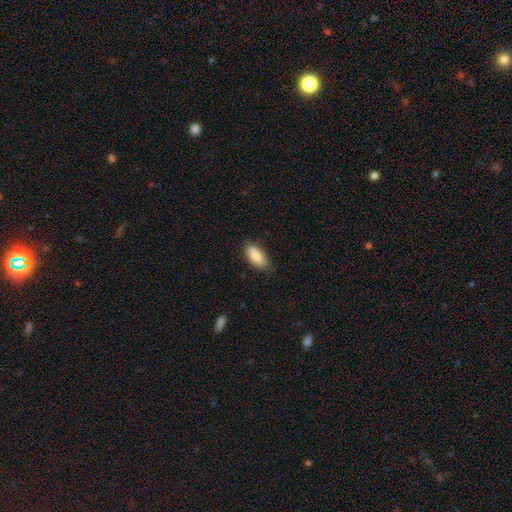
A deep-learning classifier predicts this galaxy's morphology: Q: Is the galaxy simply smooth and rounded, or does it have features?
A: smooth — 86%.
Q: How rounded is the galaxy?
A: in between — 80%.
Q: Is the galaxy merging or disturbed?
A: none — 81%.